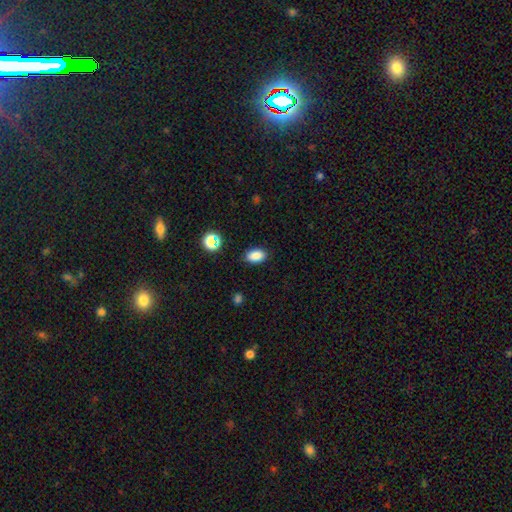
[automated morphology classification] type=smooth (86%); roundness=in between (88%); merging=none (86%).